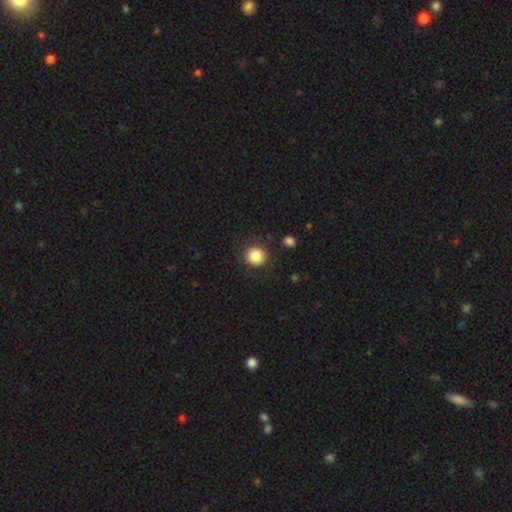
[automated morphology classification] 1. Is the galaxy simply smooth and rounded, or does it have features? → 84% smooth, 10% star or artifact, 6% featured or disk.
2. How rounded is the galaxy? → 92% round, 8% in between, 1% cigar-shaped.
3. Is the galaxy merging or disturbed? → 89% none, 7% minor disturbance, 3% major disturbance, 2% merger.